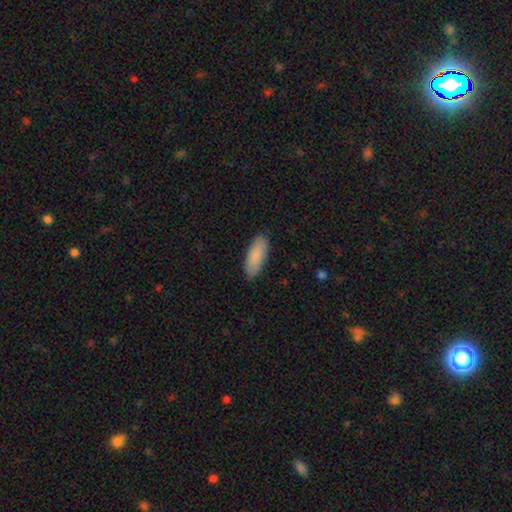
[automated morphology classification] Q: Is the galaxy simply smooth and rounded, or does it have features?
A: smooth — 89%.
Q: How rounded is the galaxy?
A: in between — 77%.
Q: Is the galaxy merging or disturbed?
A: none — 87%.